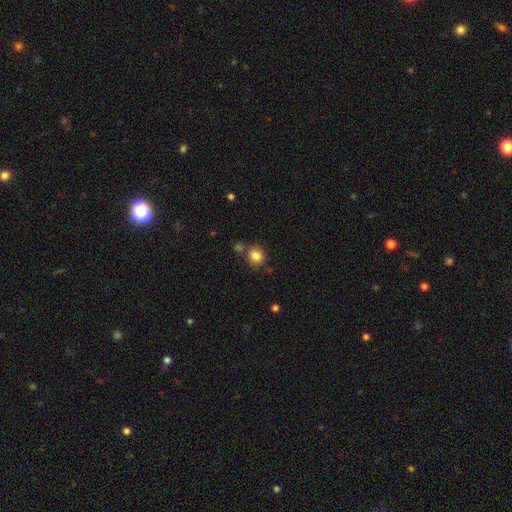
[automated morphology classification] smooth_or_featured: smooth (p=0.83) [alt: star or artifact p=0.11]
how_rounded: round (p=0.76) [alt: in between p=0.23]
merging: none (p=0.73) [alt: minor disturbance p=0.12]